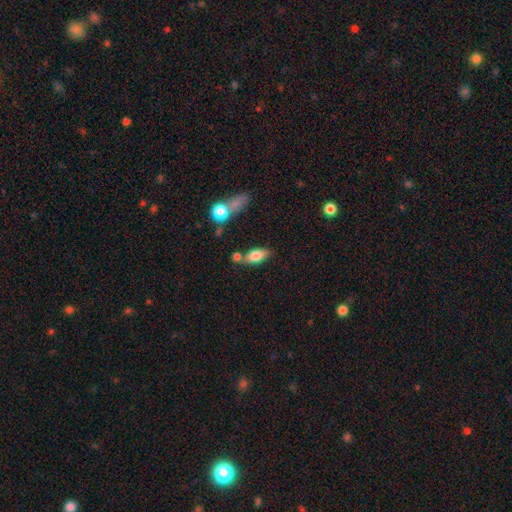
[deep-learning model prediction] smooth_or_featured: smooth (p=0.75) [alt: featured or disk p=0.18]
how_rounded: in between (p=0.81) [alt: cigar-shaped p=0.14]
merging: none (p=0.64) [alt: merger p=0.17]